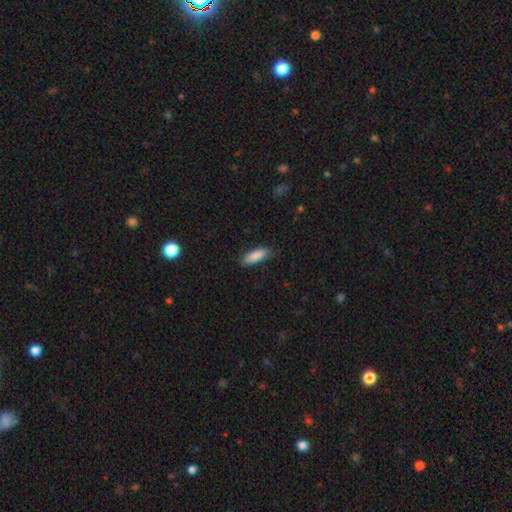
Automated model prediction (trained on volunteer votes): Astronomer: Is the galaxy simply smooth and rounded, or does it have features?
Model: smooth — 88%.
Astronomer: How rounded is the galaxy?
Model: in between — 58% (runner-up: cigar-shaped, 41%).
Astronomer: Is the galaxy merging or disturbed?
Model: none — 80%.